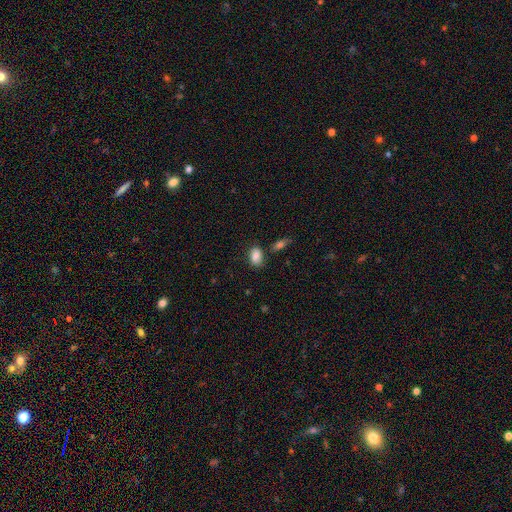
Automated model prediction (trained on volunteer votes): Smooth or featured: smooth — 85% (star or artifact — 8%)
How rounded: in between — 85% (round — 13%)
Merging: none — 70% (minor disturbance — 16%)